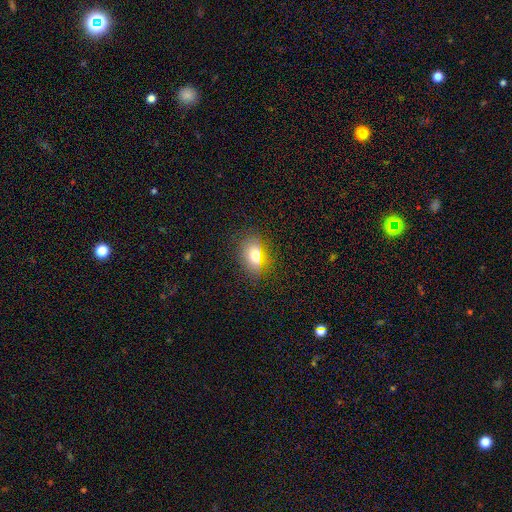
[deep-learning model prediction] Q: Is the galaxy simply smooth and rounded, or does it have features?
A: smooth — 70%.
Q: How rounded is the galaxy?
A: in between — 67%.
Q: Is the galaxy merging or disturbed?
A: none — 81%.